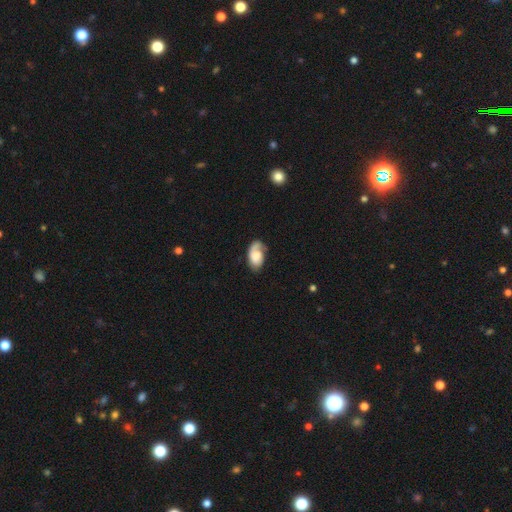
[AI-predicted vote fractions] Smooth or featured?
  - featured or disk: 47% *
  - smooth: 46%
  - star or artifact: 7%
Merging?
  - none: 52% *
  - minor disturbance: 27%
  - major disturbance: 17%
  - merger: 4%